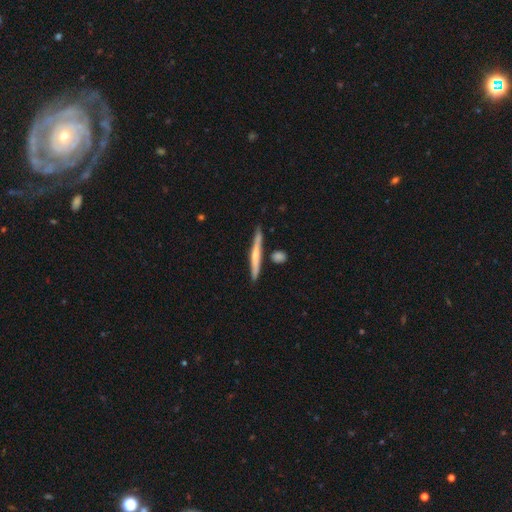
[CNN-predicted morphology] This appears to be a featured or disk galaxy (51%) viewed edge-on (95%). Merging: none (82%).